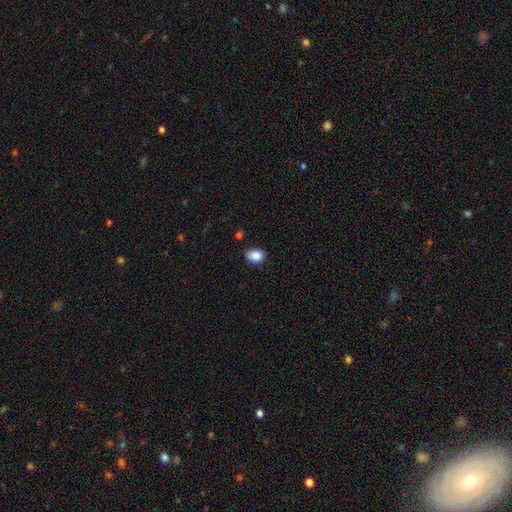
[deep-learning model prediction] This appears to be a smooth galaxy with no disk features (87%) that is in between round and cigar-shaped (62%). Merging: none (78%).